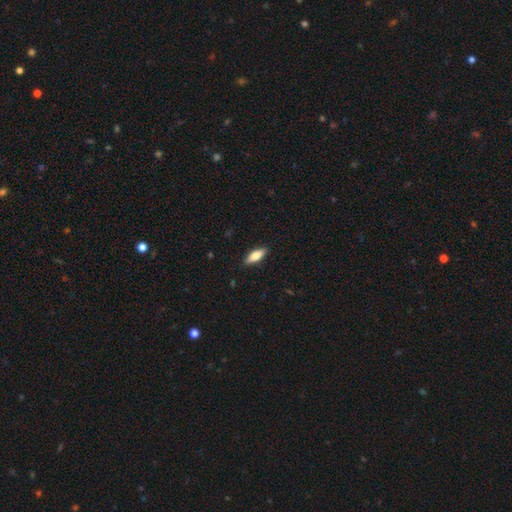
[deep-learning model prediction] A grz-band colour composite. It shows a smooth galaxy with no disk features (70%) that is in between round and cigar-shaped (61%). Merging: none (89%).